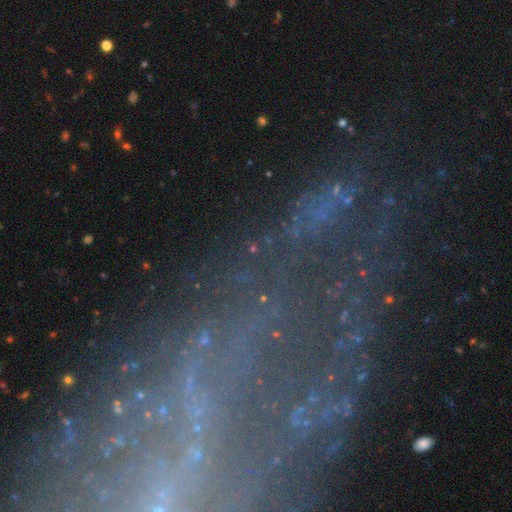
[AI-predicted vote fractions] The model was most divided on "smooth or featured": featured or disk: 44%, star or artifact: 41%, smooth: 14%. More confident: merging — none (58%).